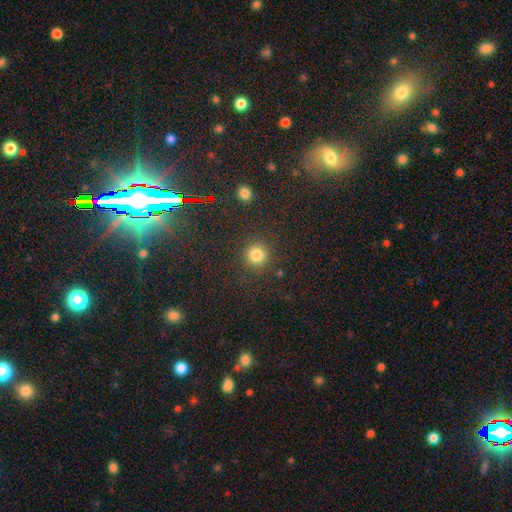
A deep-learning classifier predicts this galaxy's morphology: The model was most divided on "smooth or featured": smooth: 77%, star or artifact: 18%, featured or disk: 5%. More confident: how rounded — round (93%); merging — none (89%).